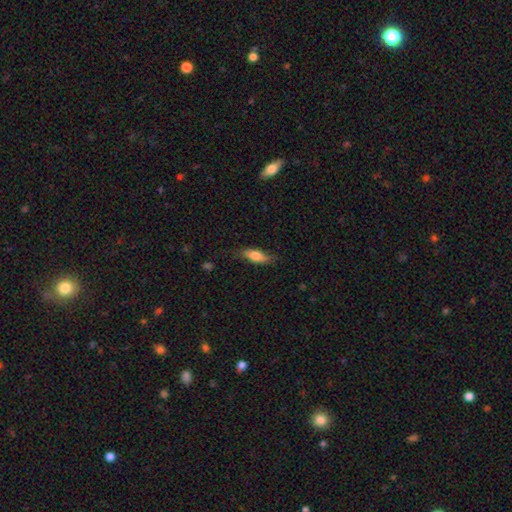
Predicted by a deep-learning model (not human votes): Smooth or featured?
  - smooth: 72% *
  - featured or disk: 21%
  - star or artifact: 6%
How rounded?
  - in between: 64% *
  - cigar-shaped: 33%
  - round: 3%
Merging?
  - none: 69% *
  - minor disturbance: 24%
  - major disturbance: 6%
  - merger: 1%